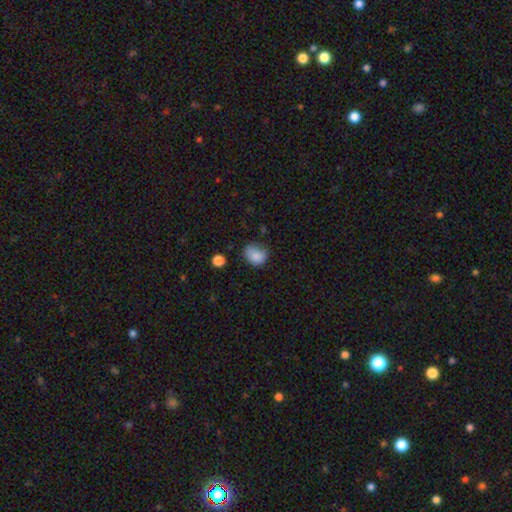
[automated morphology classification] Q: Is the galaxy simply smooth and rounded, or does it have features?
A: smooth — 83%.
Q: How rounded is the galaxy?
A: round — 53%.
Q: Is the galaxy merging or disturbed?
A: none — 49%.